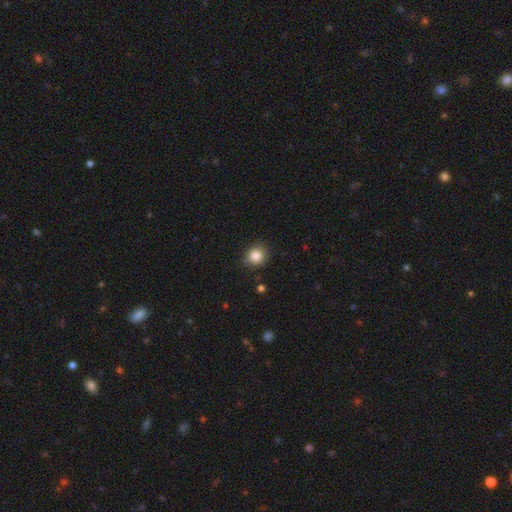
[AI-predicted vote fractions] A smooth galaxy with no disk features (85%) that is round (87%).

Vote fractions:
- Smooth or featured? smooth: 85% / star or artifact: 10% / featured or disk: 5%
- How rounded? round: 87% / in between: 12% / cigar-shaped: 1%
- Merging? none: 85% / minor disturbance: 11% / major disturbance: 2% / merger: 2%